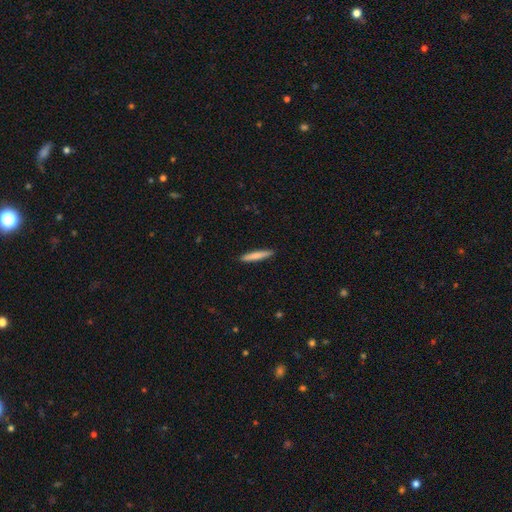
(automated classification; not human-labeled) A smooth galaxy with no disk features (77%) that is cigar-shaped (94%). Merging: none (92%).